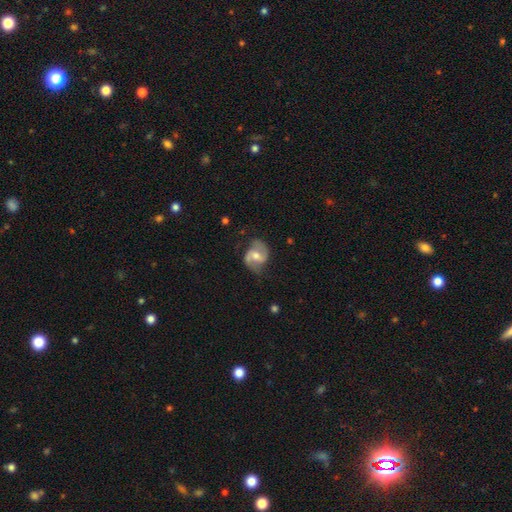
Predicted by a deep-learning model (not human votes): Morphology: type=featured or disk (79%); edge-on=no (97%); bar=weak (48%); spiral arms=yes (93%); winding=medium (49%); arm count=2 (91%); bulge=moderate (66%); merging=none (72%).